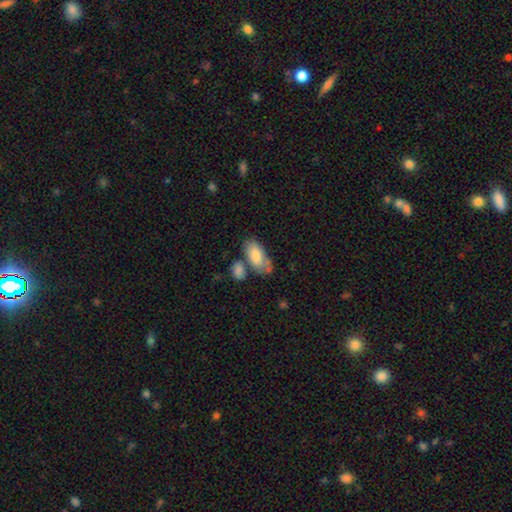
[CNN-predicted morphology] This appears to be a smooth galaxy with no disk features (77%) that is in between round and cigar-shaped (91%). Merging: none (49%).